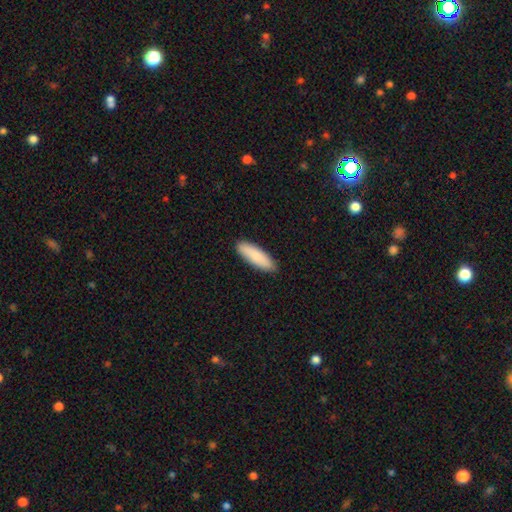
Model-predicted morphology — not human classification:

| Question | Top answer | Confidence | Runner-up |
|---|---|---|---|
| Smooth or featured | smooth | 86% | featured or disk (9%) |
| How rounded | cigar-shaped | 54% | in between (45%) |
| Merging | none | 90% | minor disturbance (8%) |